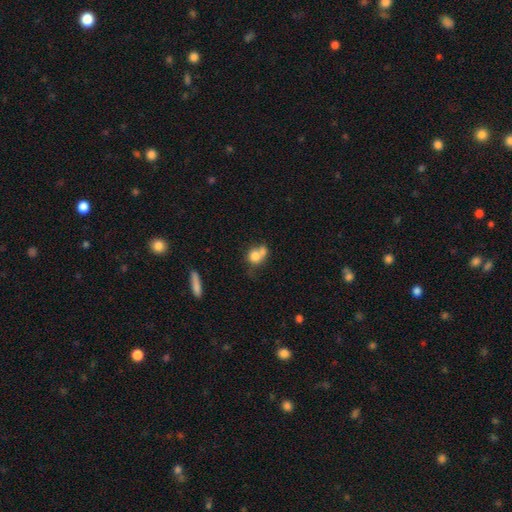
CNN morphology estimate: A smooth galaxy with no disk features (75%) that is round (66%). Merging: merger (53%).